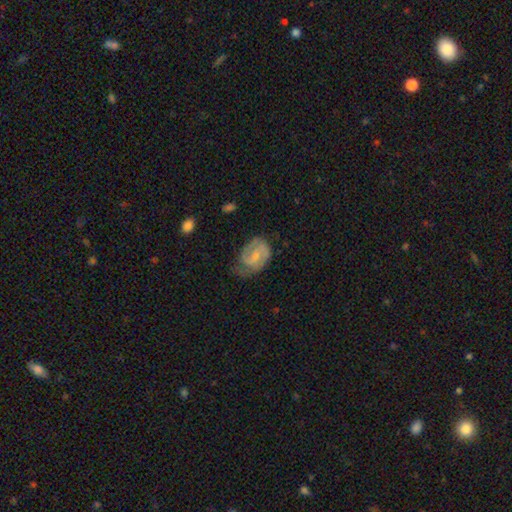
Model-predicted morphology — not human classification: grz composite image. It shows a featured or disk galaxy (69%) with a weak bar (52%), 2 (71%) medium (47%) spiral arms (88%) and a small central bulge (57%). Merging: none (50%).